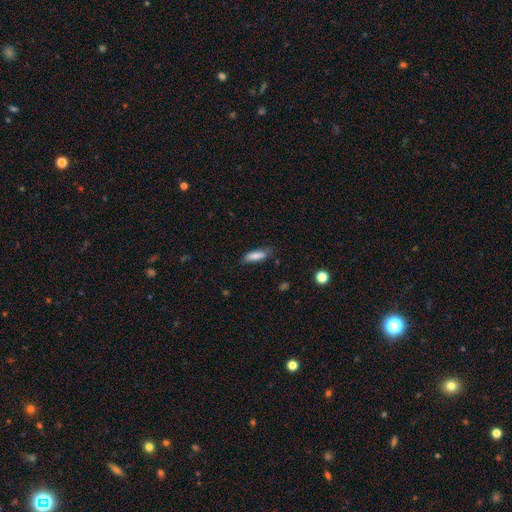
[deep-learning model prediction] Smooth or featured? smooth (82%)
How rounded? in between (50%)
Merging? none (73%)